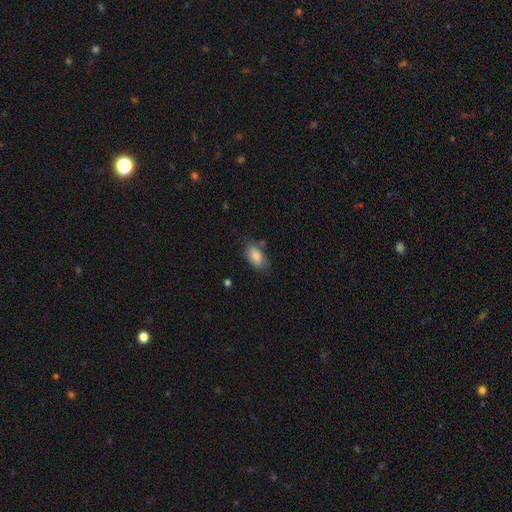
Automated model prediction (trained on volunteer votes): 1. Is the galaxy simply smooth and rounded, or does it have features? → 83% smooth, 10% featured or disk, 7% star or artifact.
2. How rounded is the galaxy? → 92% in between, 5% round, 3% cigar-shaped.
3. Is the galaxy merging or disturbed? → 69% none, 22% minor disturbance, 5% major disturbance, 4% merger.